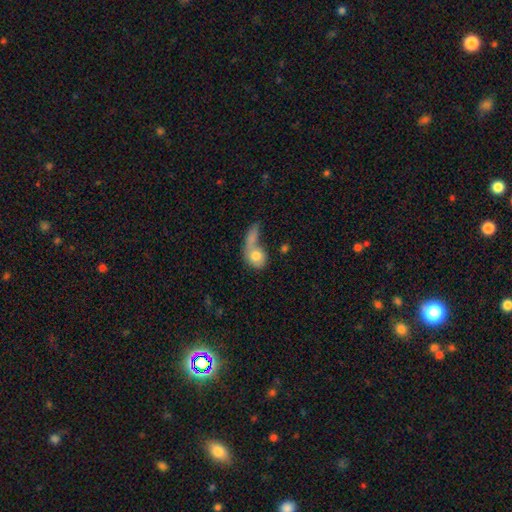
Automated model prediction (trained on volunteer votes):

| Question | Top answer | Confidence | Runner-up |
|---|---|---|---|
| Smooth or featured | smooth | 74% | featured or disk (19%) |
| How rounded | round | 49% | in between (47%) |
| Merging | merger | 48% | none (21%) |